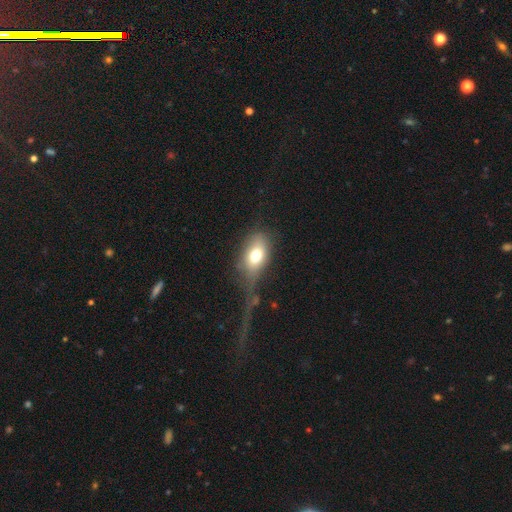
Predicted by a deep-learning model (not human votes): The model was most divided on "merging": none: 36%, major disturbance: 32%, minor disturbance: 24%, merger: 8%. More confident: how rounded — in between (84%); smooth or featured — smooth (72%).